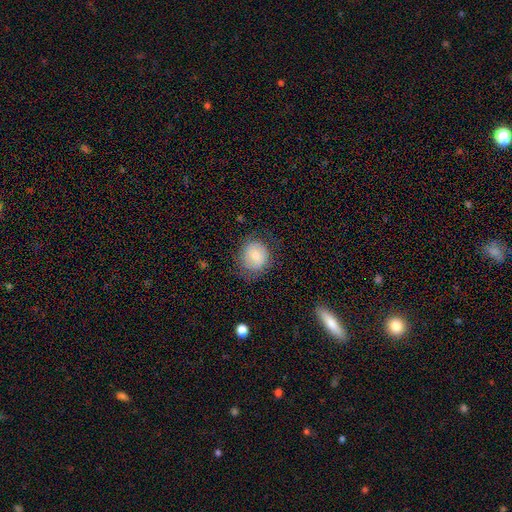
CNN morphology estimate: Smooth or featured: smooth — 69% (featured or disk — 22%)
How rounded: round — 78% (in between — 21%)
Merging: none — 70% (minor disturbance — 20%)